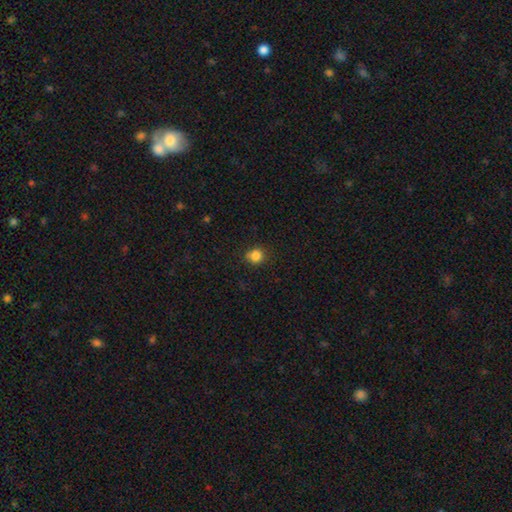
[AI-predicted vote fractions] Smooth or featured? Predicted: smooth (p=0.84). How rounded? Predicted: round (p=0.84). Merging? Predicted: none (p=0.86).